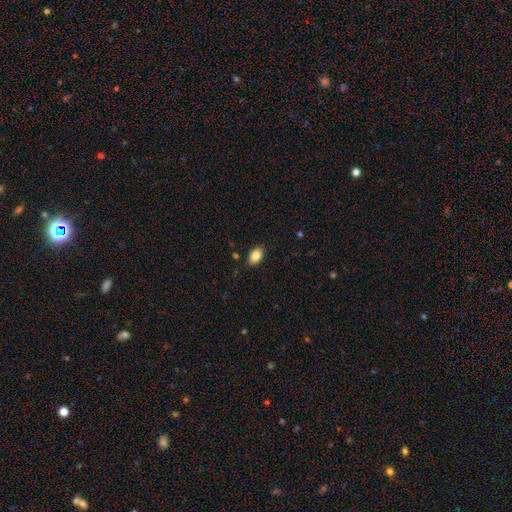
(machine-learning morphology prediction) type=smooth (85%); roundness=in between (88%); merging=none (87%).